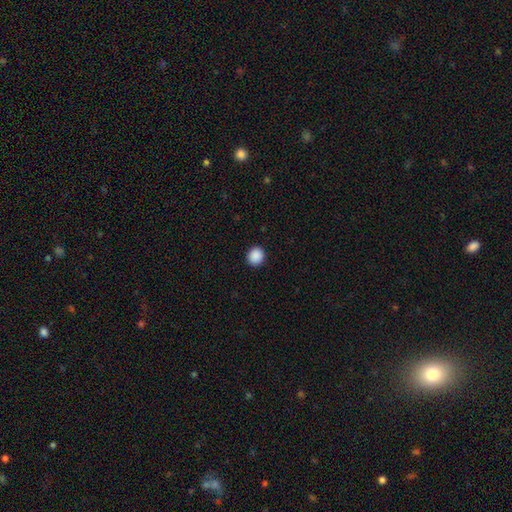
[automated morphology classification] A smooth galaxy with no disk features (90%) that is round (83%).

Vote fractions:
- Smooth or featured? smooth: 90% / star or artifact: 8% / featured or disk: 2%
- How rounded? round: 83% / in between: 16% / cigar-shaped: 1%
- Merging? none: 92% / minor disturbance: 5% / major disturbance: 2% / merger: 1%